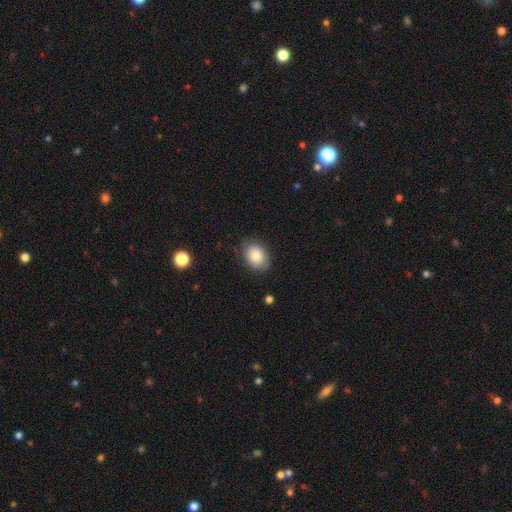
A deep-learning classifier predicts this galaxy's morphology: A smooth galaxy with no disk features (82%) that is in between round and cigar-shaped (69%).

Vote fractions:
- Smooth or featured? smooth: 82% / featured or disk: 10% / star or artifact: 8%
- How rounded? in between: 69% / round: 30% / cigar-shaped: 1%
- Merging? none: 78% / minor disturbance: 16% / major disturbance: 4% / merger: 1%